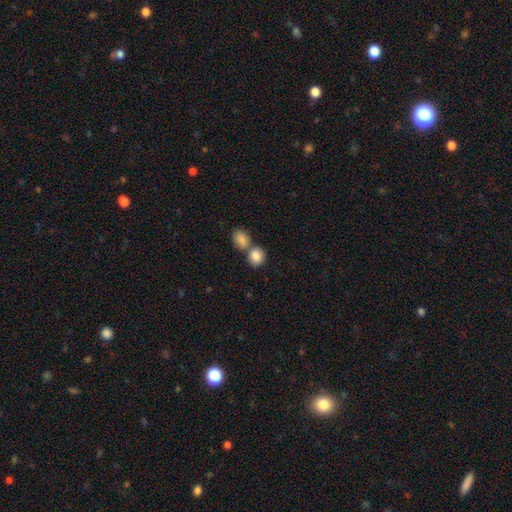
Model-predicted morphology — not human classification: Smooth or featured? smooth (85%)
How rounded? round (61%)
Merging? merger (49%)